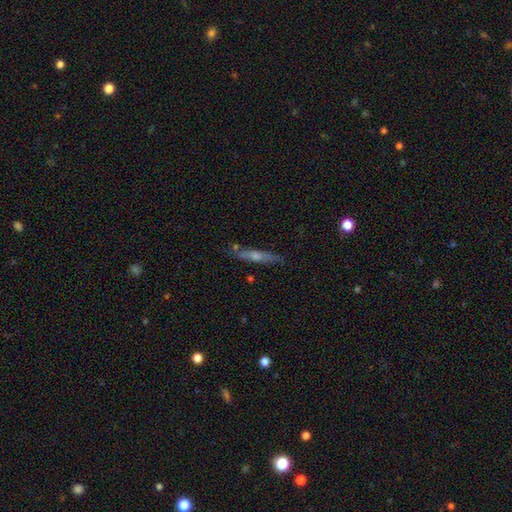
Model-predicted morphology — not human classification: Smooth or featured: featured or disk — 59% (smooth — 32%)
Edge-on disk: yes — 88% (no — 12%)
Edge-on bulge: rounded — 74% (none — 20%)
Merging: none — 81% (minor disturbance — 13%)